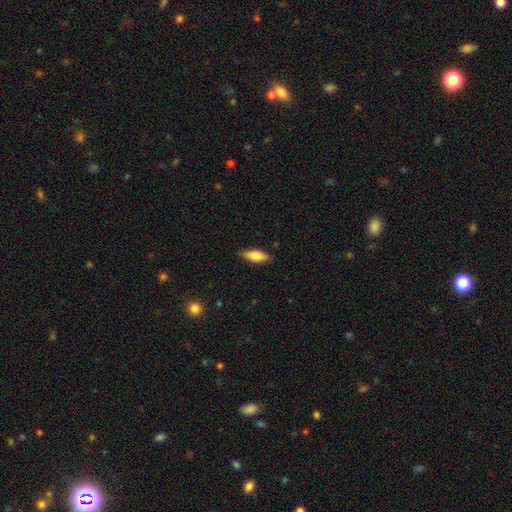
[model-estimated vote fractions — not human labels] A smooth galaxy with no disk features (75%) that is in between round and cigar-shaped (70%). Merging: none (85%).